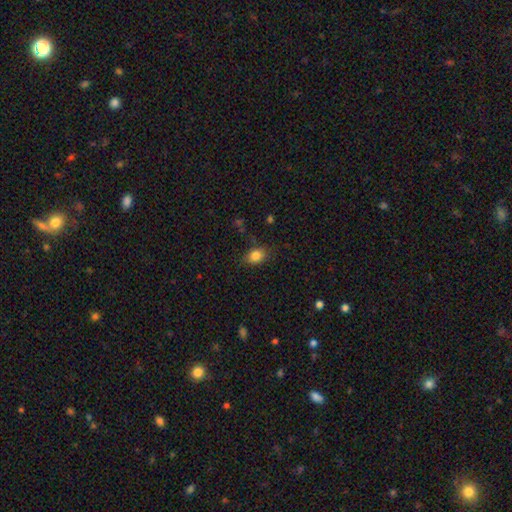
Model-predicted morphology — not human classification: smooth_or_featured: smooth (p=0.83) [alt: star or artifact p=0.10]
how_rounded: in between (p=0.69) [alt: round p=0.29]
merging: none (p=0.78) [alt: minor disturbance p=0.16]